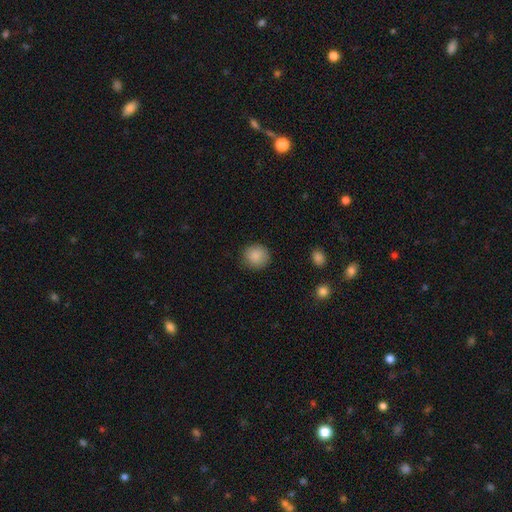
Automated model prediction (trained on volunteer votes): smooth_or_featured: smooth (p=0.87) [alt: star or artifact p=0.09]
how_rounded: round (p=0.91) [alt: in between p=0.08]
merging: none (p=0.88) [alt: minor disturbance p=0.09]